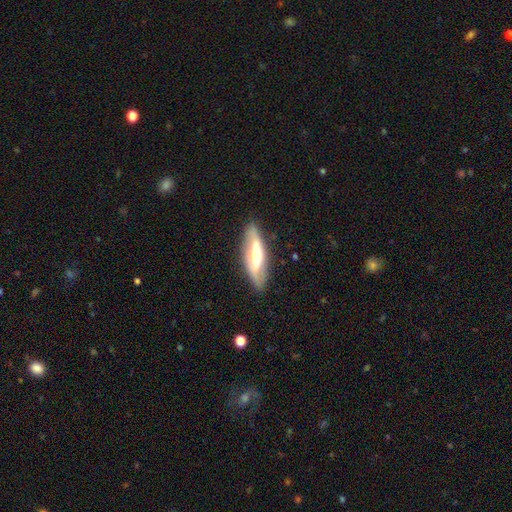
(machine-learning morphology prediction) smooth-or-featured: featured or disk: 53% | smooth: 41% | star or artifact: 6%
  disk-edge-on: no: 52% | yes: 48%
  merging: none: 81% | minor disturbance: 14% | major disturbance: 4% | merger: 2%